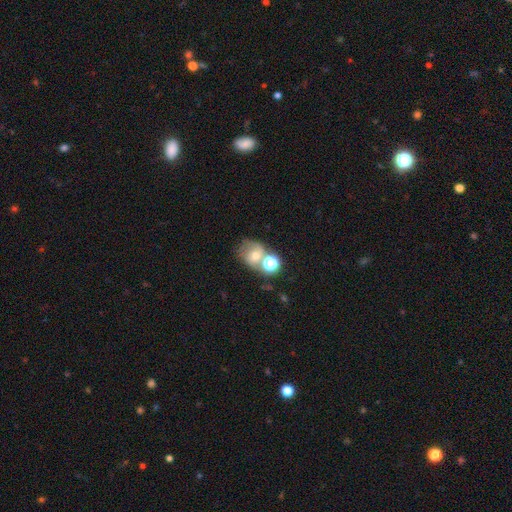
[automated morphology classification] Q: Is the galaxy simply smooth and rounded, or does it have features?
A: smooth — 54%.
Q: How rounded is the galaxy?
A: round — 62%.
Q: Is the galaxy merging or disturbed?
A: merger — 41%.